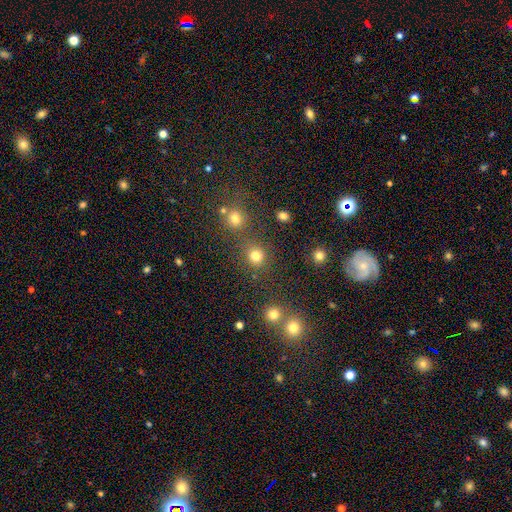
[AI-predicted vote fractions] Smooth or featured? Predicted: smooth (p=0.79). How rounded? Predicted: round (p=0.89). Merging? Predicted: none (p=0.77).